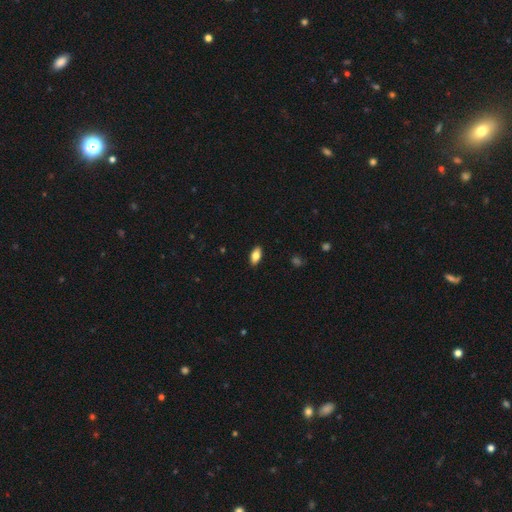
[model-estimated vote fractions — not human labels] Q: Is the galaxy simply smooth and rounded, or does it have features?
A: smooth — 80%.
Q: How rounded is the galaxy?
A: in between — 90%.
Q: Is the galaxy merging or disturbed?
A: none — 89%.